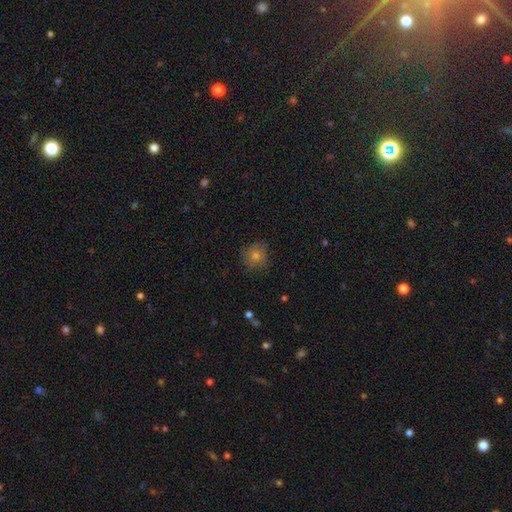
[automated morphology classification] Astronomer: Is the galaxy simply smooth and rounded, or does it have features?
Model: smooth — 66%.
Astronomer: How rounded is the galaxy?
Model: round — 86%.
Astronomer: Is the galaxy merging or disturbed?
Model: none — 78%.